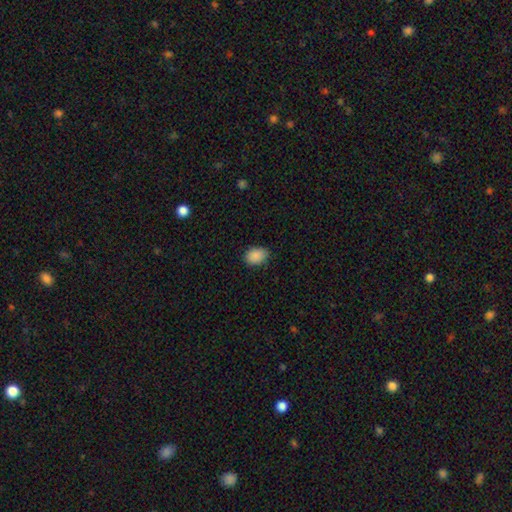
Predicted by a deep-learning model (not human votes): Q: Smooth or featured?
A: smooth (89%); runner-up: star or artifact (8%)
Q: How rounded?
A: in between (74%); runner-up: round (25%)
Q: Merging?
A: none (84%); runner-up: minor disturbance (13%)